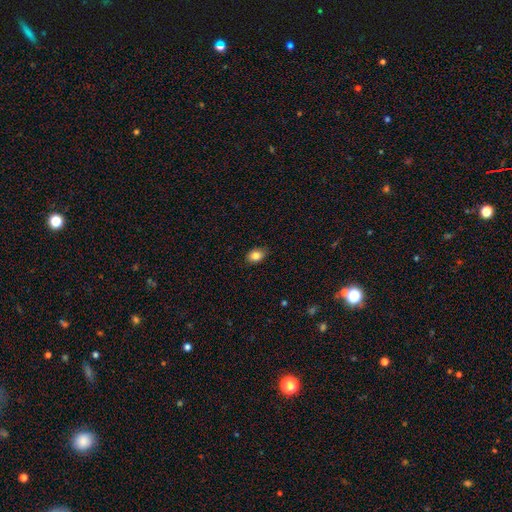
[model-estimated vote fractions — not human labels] smooth-or-featured: smooth: 85% | star or artifact: 9% | featured or disk: 6%
  how-rounded: in between: 71% | round: 28% | cigar-shaped: 1%
  merging: none: 84% | minor disturbance: 13% | major disturbance: 2% | merger: 1%